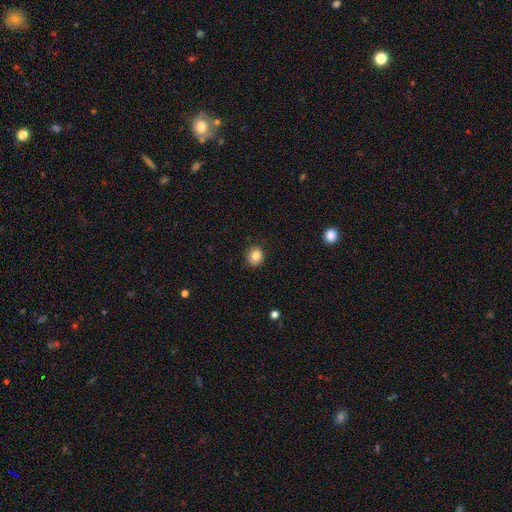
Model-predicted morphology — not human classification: Smooth or featured? Predicted: smooth (p=0.84). How rounded? Predicted: round (p=0.77). Merging? Predicted: none (p=0.87).